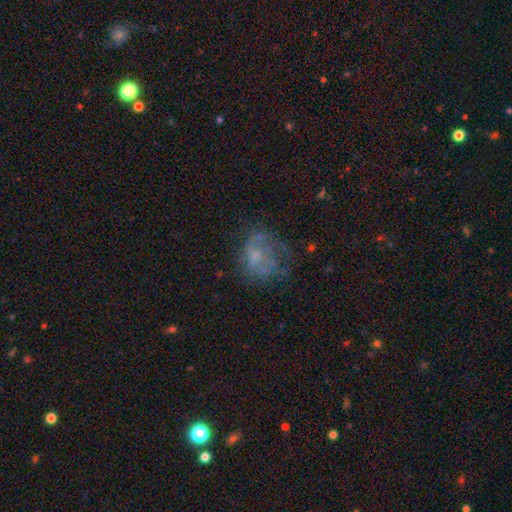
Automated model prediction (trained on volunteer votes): Overall: featured or disk (42%; smooth 35%). Merging: none (48%; major disturbance 28%).